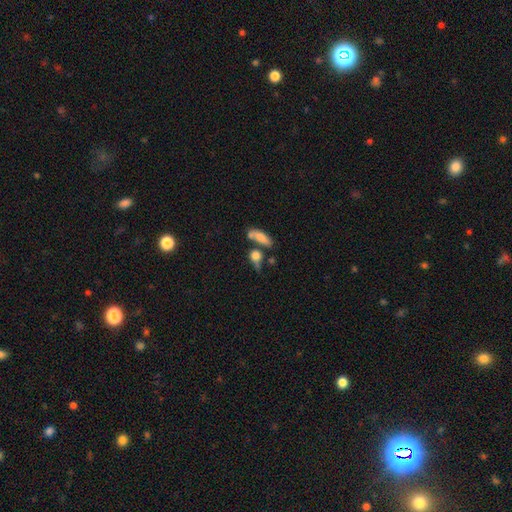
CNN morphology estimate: Smooth or featured? smooth (73%)
How rounded? round (49%)
Merging? none (46%)